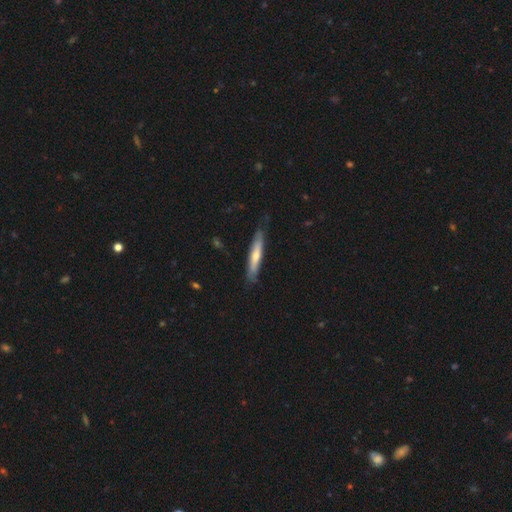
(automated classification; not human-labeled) Smooth or featured? Predicted: featured or disk (p=0.48). Merging? Predicted: none (p=0.80).